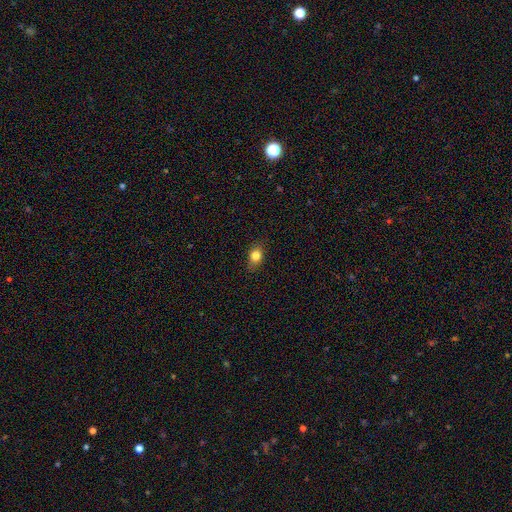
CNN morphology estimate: Smooth or featured? smooth (82%)
How rounded? in between (63%)
Merging? none (84%)